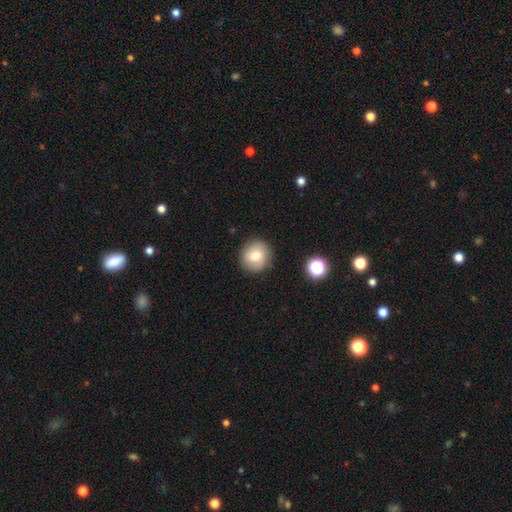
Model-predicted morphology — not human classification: The model was most divided on "smooth or featured": smooth: 75%, featured or disk: 15%, star or artifact: 10%. More confident: how rounded — round (91%); merging — none (88%).